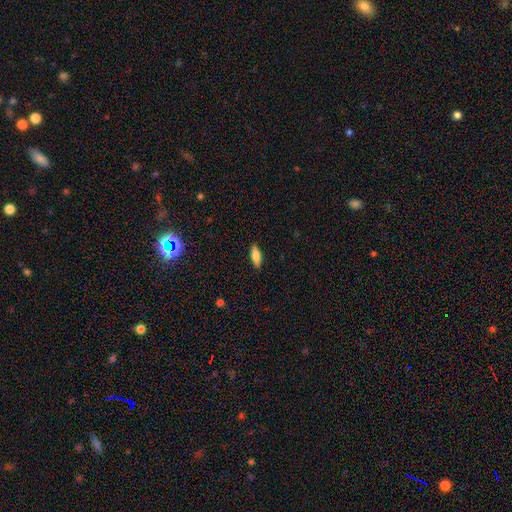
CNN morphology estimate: smooth 70%, featured or disk 22%, star or artifact 7%. Down the decision tree: how rounded — in between (64%); merging — none (88%).